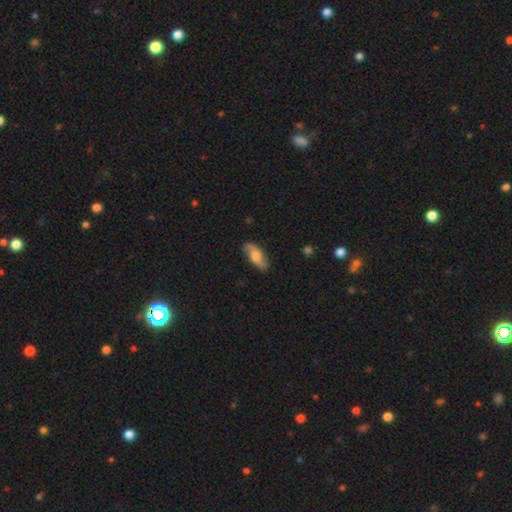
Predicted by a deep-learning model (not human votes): smooth-or-featured: featured or disk: 52% | smooth: 42% | star or artifact: 6%
  disk-edge-on: no: 84% | yes: 16%
  merging: none: 83% | minor disturbance: 13% | major disturbance: 3% | merger: 1%